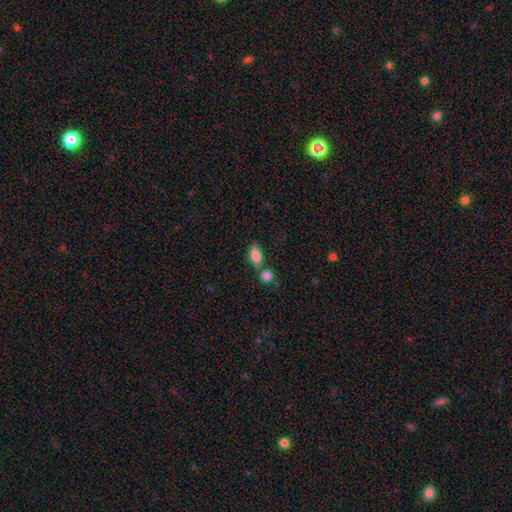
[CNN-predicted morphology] This is clearly a smooth galaxy (84%). How rounded: clearly in between (86%). Merging: possibly none (57%).